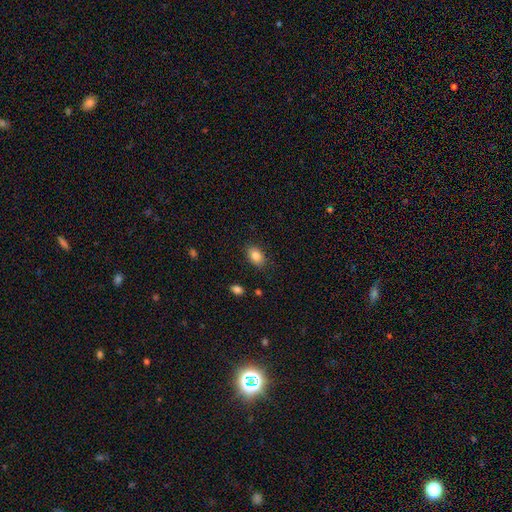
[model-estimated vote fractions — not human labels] smooth_or_featured: smooth (p=0.84) [alt: star or artifact p=0.08]
how_rounded: in between (p=0.82) [alt: round p=0.17]
merging: none (p=0.85) [alt: minor disturbance p=0.11]